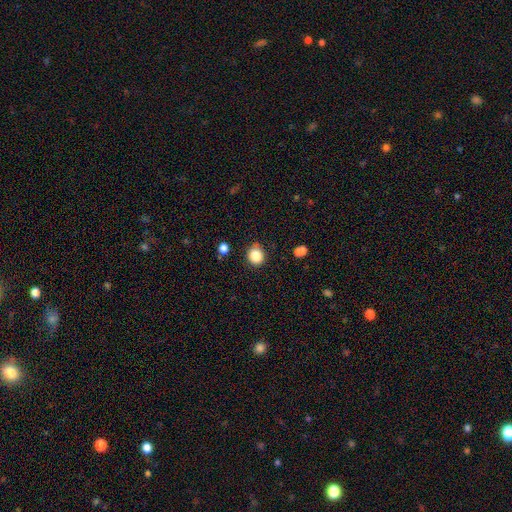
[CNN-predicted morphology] Smooth or featured: smooth — 85% (star or artifact — 10%)
How rounded: round — 82% (in between — 17%)
Merging: none — 83% (minor disturbance — 11%)